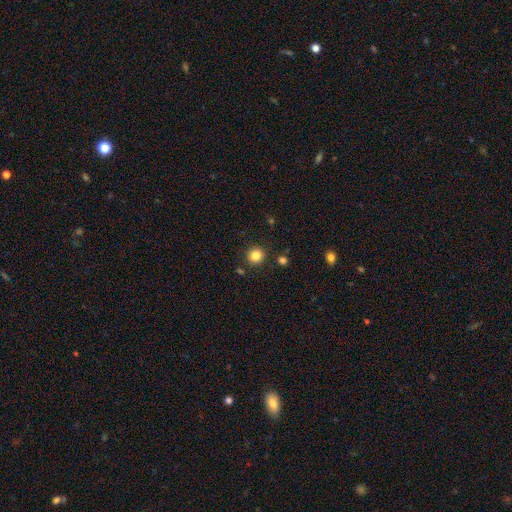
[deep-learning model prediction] smooth_or_featured: smooth (p=0.84) [alt: star or artifact p=0.11]
how_rounded: round (p=0.90) [alt: in between p=0.10]
merging: none (p=0.89) [alt: minor disturbance p=0.07]